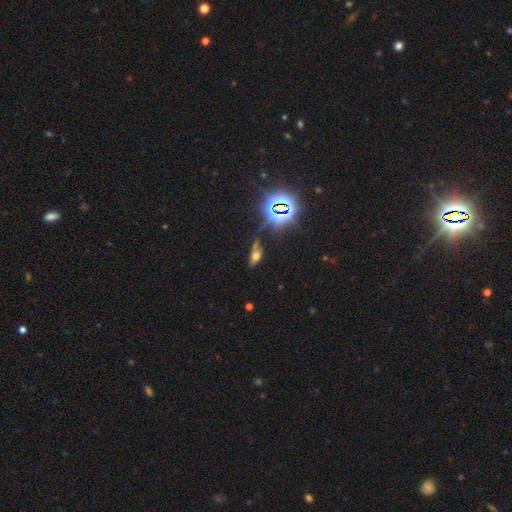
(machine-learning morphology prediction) The model was most divided on "smooth or featured": smooth: 47%, star or artifact: 32%, featured or disk: 21%. Remaining: merging — none (48%).